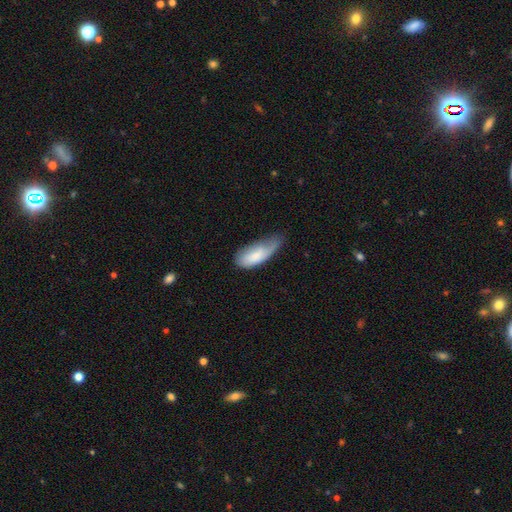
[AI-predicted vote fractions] A smooth galaxy with no disk features (73%) that is in between round and cigar-shaped (84%). Merging: minor disturbance (47%).